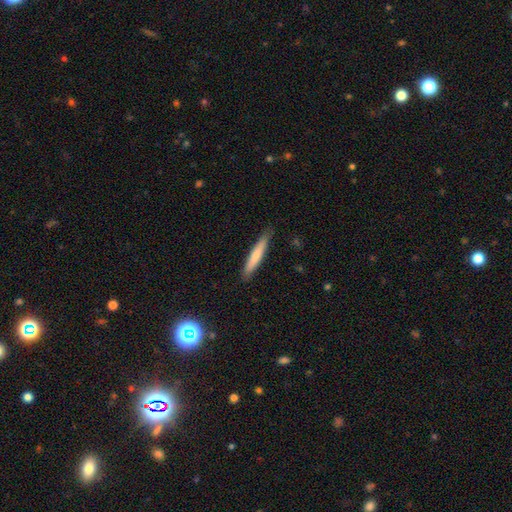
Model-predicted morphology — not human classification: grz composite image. It shows a smooth galaxy with no disk features (72%) that is cigar-shaped (94%). Merging: none (86%).